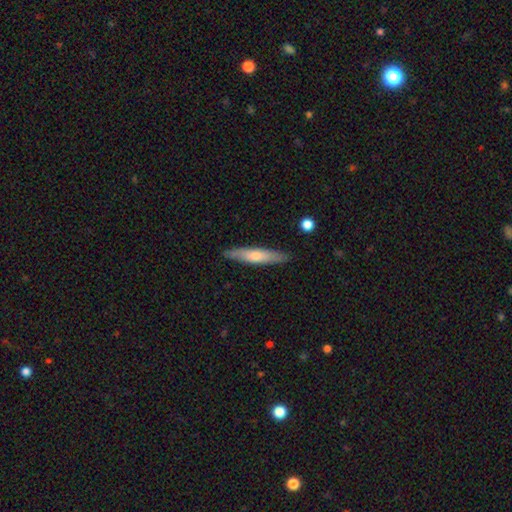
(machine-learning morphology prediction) smooth-or-featured: smooth: 58% | featured or disk: 36% | star or artifact: 5%
  how-rounded: cigar-shaped: 87% | in between: 11% | round: 1%
  merging: none: 87% | minor disturbance: 9% | major disturbance: 2% | merger: 1%